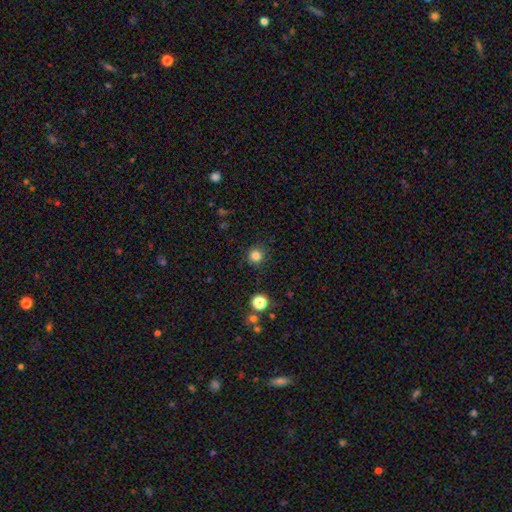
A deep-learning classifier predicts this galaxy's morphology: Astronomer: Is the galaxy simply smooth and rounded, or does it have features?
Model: smooth — 82%.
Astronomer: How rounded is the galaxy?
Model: round — 93%.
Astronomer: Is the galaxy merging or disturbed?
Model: none — 88%.